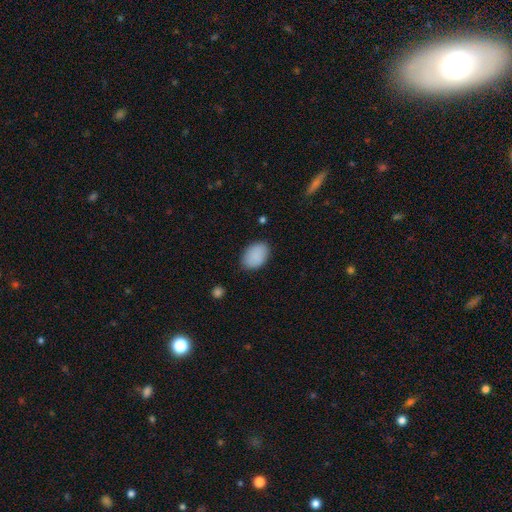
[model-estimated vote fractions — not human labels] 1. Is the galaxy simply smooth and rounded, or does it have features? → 89% smooth, 7% star or artifact, 4% featured or disk.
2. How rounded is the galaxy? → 86% in between, 13% round, 1% cigar-shaped.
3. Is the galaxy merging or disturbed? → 84% none, 12% minor disturbance, 3% major disturbance, 1% merger.